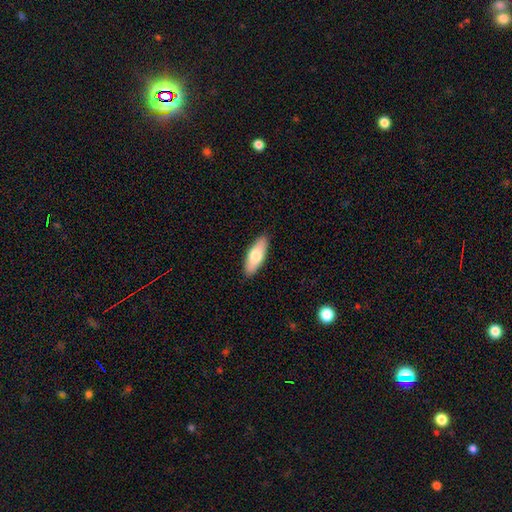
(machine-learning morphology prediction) smooth 74%, featured or disk 20%, star or artifact 5%. Down the decision tree: how rounded — in between (67%); merging — none (89%).